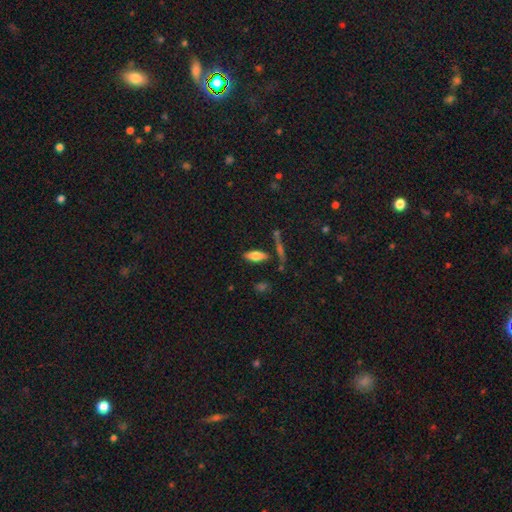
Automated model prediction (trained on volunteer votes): smooth-or-featured: smooth: 71% | featured or disk: 20% | star or artifact: 9%
  how-rounded: in between: 71% | cigar-shaped: 27% | round: 3%
  merging: none: 75% | minor disturbance: 13% | merger: 8% | major disturbance: 4%